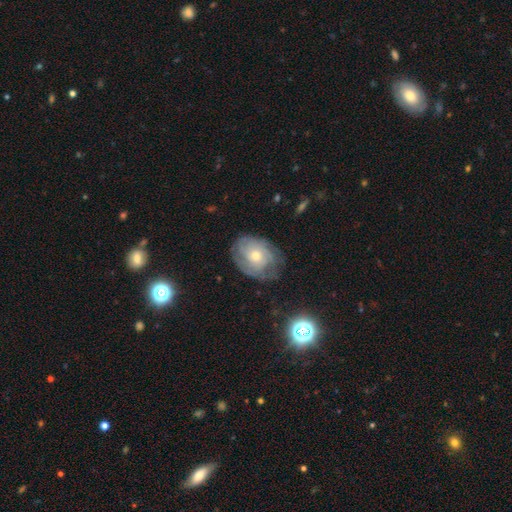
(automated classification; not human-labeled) The model was most divided on "bulge size": moderate: 51%, small: 43%, large: 4%, none: 1%, dominant: 1%. More confident: edge-on disk — no (96%); spiral arms — yes (85%); bar — no (82%); merging — none (70%); smooth or featured — featured or disk (68%); spiral winding — tight (67%); spiral arm count — can't tell (52%).